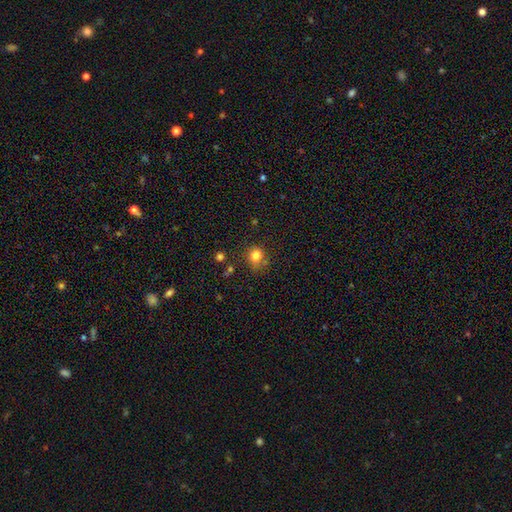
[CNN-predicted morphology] A smooth galaxy with no disk features (81%) that is round (74%). Merging: none (68%).